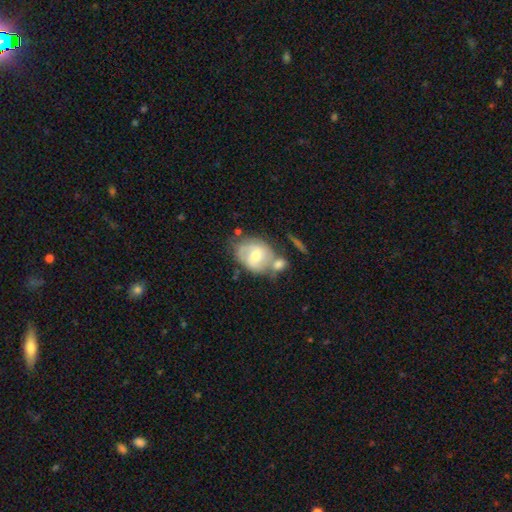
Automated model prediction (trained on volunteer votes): smooth_or_featured: featured or disk (p=0.52) [alt: smooth p=0.42]
disk_edge_on: no (p=0.95) [alt: yes p=0.05]
merging: none (p=0.39) [alt: merger p=0.31]